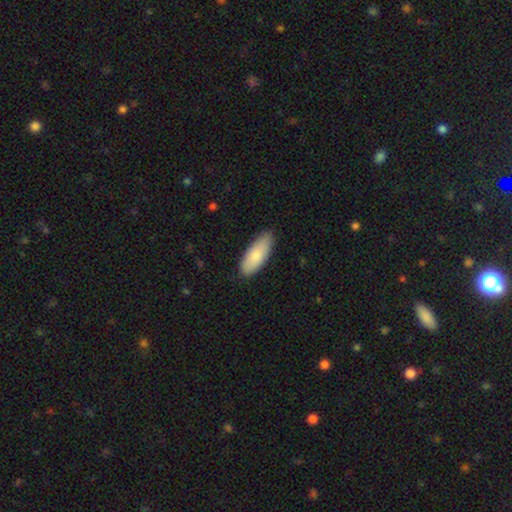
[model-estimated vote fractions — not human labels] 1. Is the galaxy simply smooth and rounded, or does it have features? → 84% smooth, 10% featured or disk, 5% star or artifact.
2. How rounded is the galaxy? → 77% in between, 21% cigar-shaped, 2% round.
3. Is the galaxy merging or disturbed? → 83% none, 14% minor disturbance, 2% major disturbance, 1% merger.